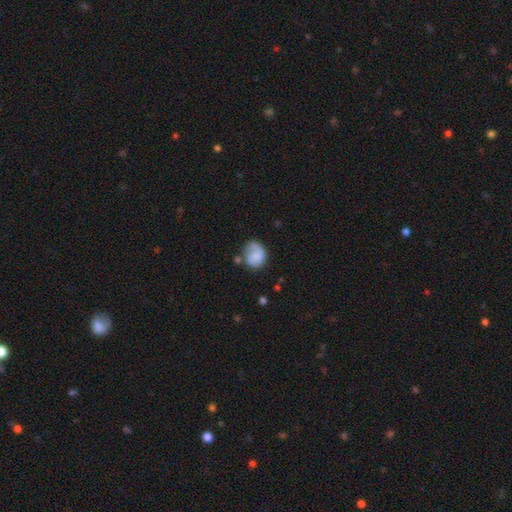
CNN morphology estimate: This appears to be a smooth galaxy with no disk features (67%) that is round (64%). Merging: none (45%).